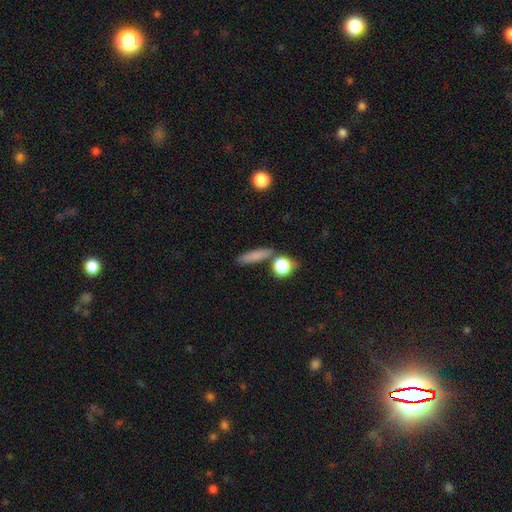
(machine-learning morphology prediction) The model was most divided on "how rounded": cigar-shaped: 63%, in between: 27%, round: 11%. More confident: smooth or featured — smooth (79%); merging — none (76%).